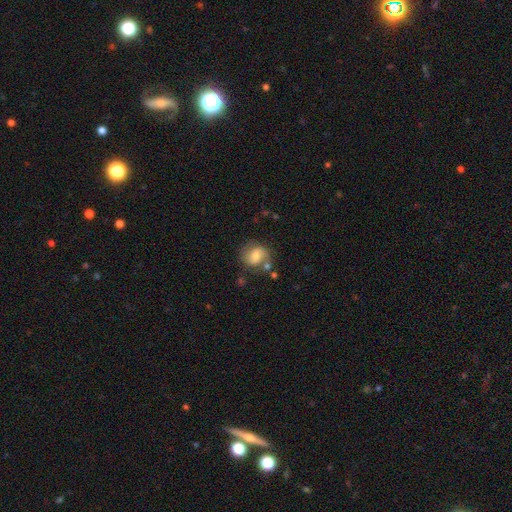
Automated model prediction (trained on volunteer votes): Overall: smooth (53%; featured or disk 38%). How rounded: round (67%; in between 32%). Merging: none (65%).